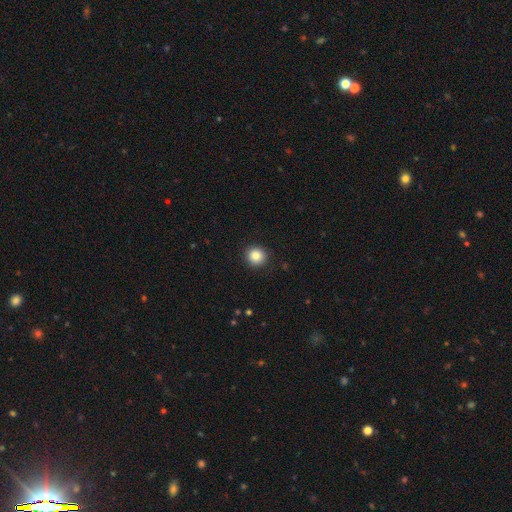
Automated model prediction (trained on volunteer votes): smooth_or_featured: smooth (p=0.85) [alt: star or artifact p=0.10]
how_rounded: round (p=0.92) [alt: in between p=0.07]
merging: none (p=0.92) [alt: minor disturbance p=0.06]